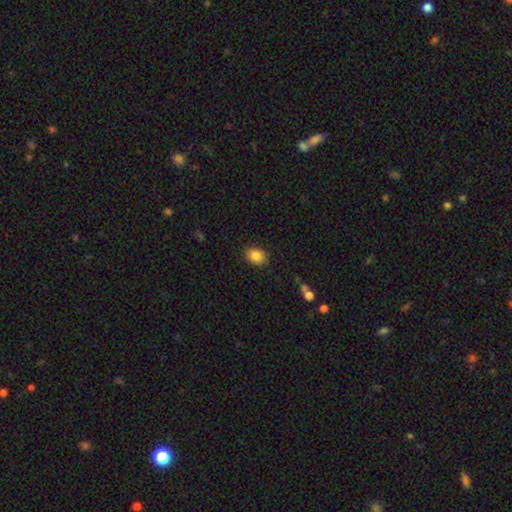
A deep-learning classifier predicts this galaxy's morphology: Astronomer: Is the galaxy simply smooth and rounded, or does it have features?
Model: smooth — 87%.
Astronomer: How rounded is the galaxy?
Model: in between — 65%.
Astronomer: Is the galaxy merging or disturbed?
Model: none — 87%.